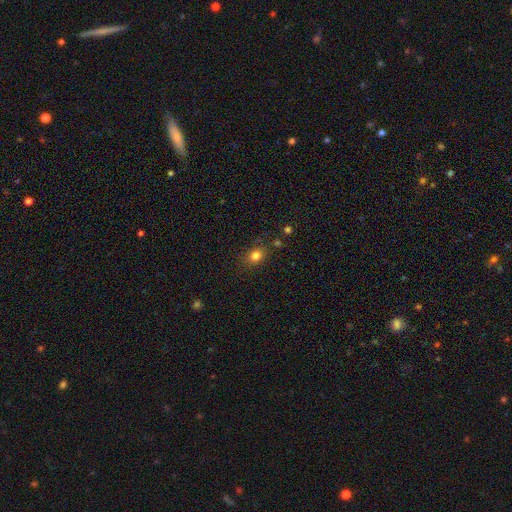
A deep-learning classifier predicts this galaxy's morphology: Smooth or featured: smooth — 80% (star or artifact — 13%)
How rounded: round — 57% (in between — 41%)
Merging: none — 80% (minor disturbance — 12%)